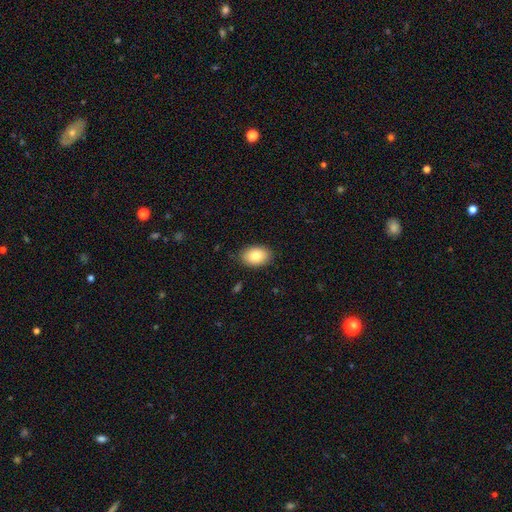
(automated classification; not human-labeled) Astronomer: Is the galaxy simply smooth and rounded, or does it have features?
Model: smooth — 83%.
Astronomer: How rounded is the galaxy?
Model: in between — 82%.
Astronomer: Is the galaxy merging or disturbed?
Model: none — 86%.